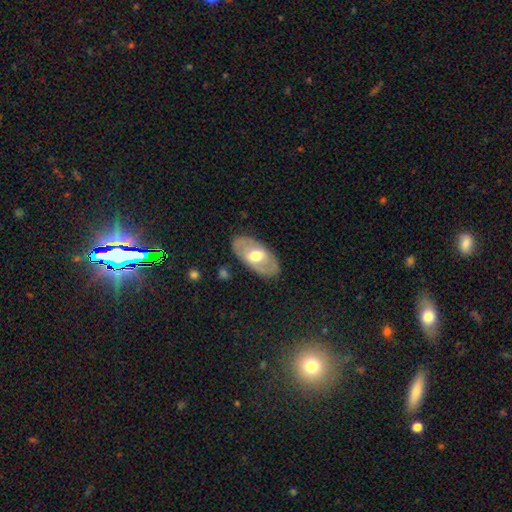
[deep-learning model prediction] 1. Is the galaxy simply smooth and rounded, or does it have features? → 51% featured or disk, 43% smooth, 5% star or artifact.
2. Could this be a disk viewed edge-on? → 85% no, 15% yes.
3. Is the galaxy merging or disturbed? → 84% none, 12% minor disturbance, 3% major disturbance, 1% merger.